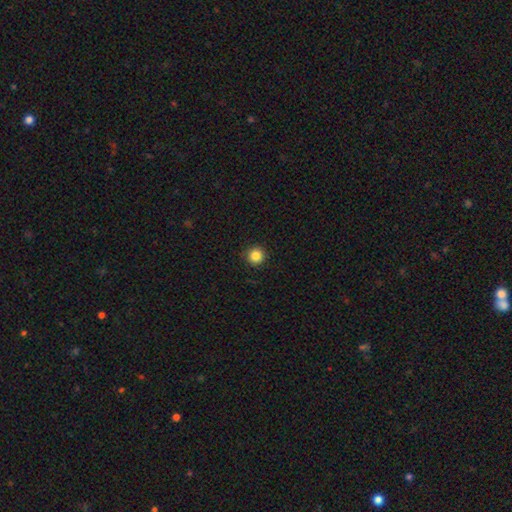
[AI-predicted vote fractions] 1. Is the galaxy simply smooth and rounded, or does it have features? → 85% smooth, 11% star or artifact, 4% featured or disk.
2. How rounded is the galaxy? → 95% round, 4% in between, 1% cigar-shaped.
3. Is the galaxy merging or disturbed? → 91% none, 6% minor disturbance, 2% major disturbance, 1% merger.